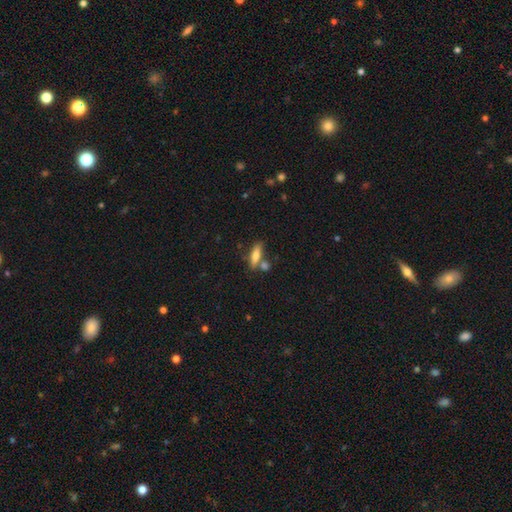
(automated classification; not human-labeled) The model was most divided on "how rounded": cigar-shaped: 57%, in between: 40%, round: 3%. More confident: smooth or featured — smooth (68%); merging — none (63%).